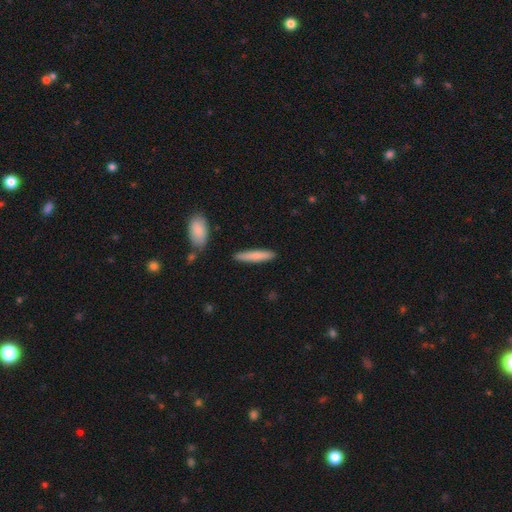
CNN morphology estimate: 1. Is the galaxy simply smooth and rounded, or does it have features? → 76% smooth, 19% featured or disk, 5% star or artifact.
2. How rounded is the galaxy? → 89% cigar-shaped, 10% in between, 1% round.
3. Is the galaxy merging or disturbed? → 88% none, 8% minor disturbance, 2% merger, 2% major disturbance.